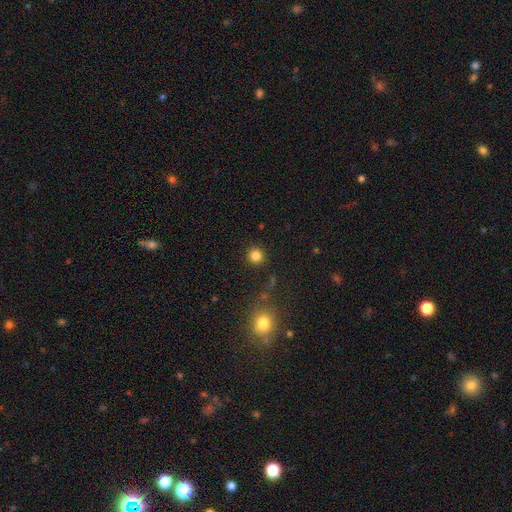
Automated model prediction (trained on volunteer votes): Smooth or featured: smooth — 82% (star or artifact — 13%)
How rounded: round — 95% (in between — 4%)
Merging: none — 89% (minor disturbance — 6%)